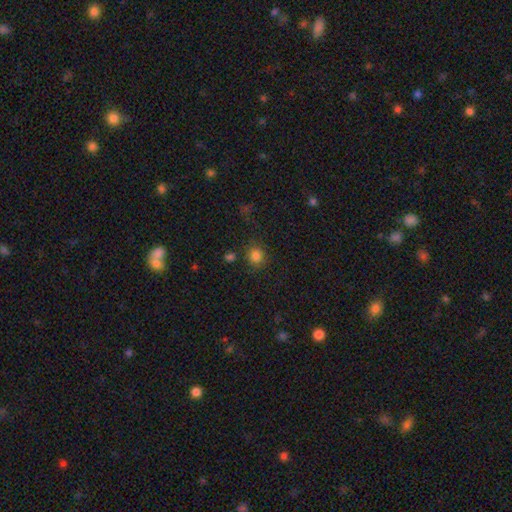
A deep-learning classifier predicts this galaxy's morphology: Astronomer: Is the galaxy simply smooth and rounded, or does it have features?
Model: smooth — 82%.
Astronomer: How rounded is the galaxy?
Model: round — 87%.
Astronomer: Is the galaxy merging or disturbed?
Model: none — 80%.